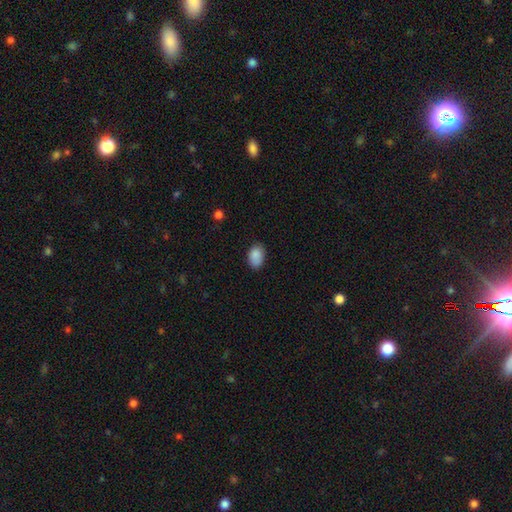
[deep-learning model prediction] Q: Smooth or featured?
A: smooth (88%); runner-up: star or artifact (8%)
Q: How rounded?
A: in between (85%); runner-up: round (14%)
Q: Merging?
A: none (77%); runner-up: minor disturbance (19%)